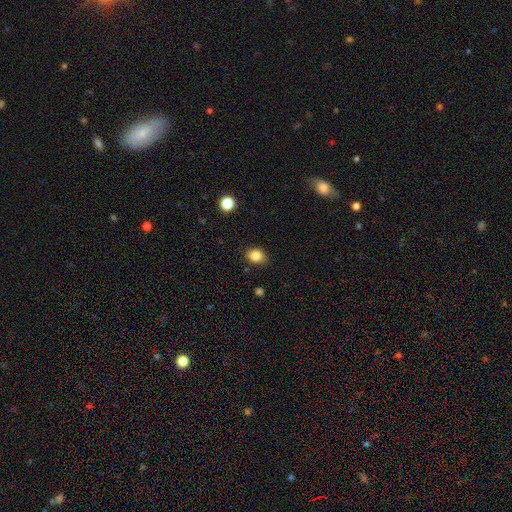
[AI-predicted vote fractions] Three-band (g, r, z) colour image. It shows a smooth galaxy with no disk features (85%) that is round (51%). Merging: none (83%).